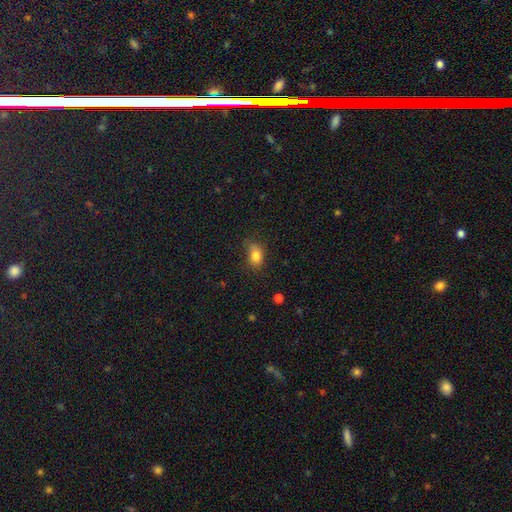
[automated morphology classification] Smooth or featured?
  - smooth: 83% *
  - star or artifact: 10%
  - featured or disk: 7%
How rounded?
  - in between: 76% *
  - round: 22%
  - cigar-shaped: 2%
Merging?
  - none: 71% *
  - minor disturbance: 22%
  - major disturbance: 5%
  - merger: 2%